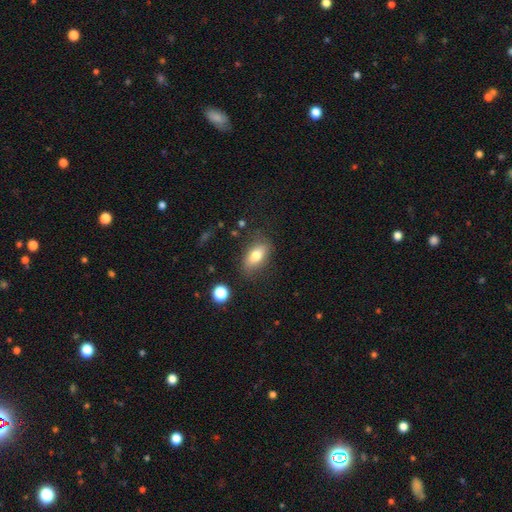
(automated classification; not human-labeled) Overall: smooth (75%). How rounded: in between (85%). Merging: none (77%).